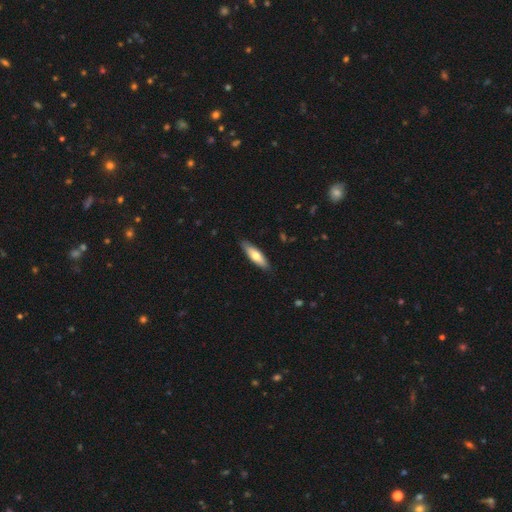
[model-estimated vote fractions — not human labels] Overall: smooth (64%; featured or disk 31%). How rounded: cigar-shaped (59%; in between 40%). Merging: none (87%).